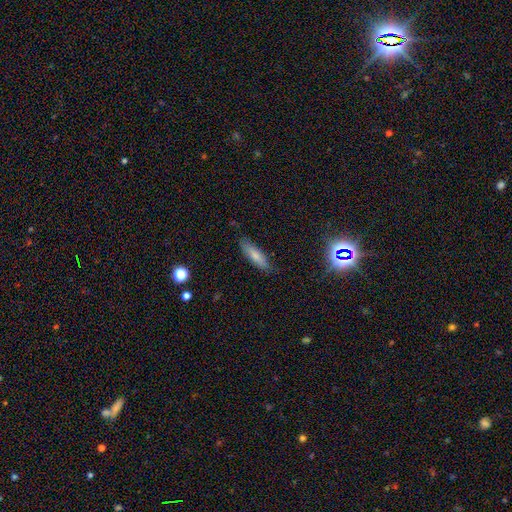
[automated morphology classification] Smooth or featured? smooth (77%)
How rounded? cigar-shaped (63%)
Merging? none (84%)